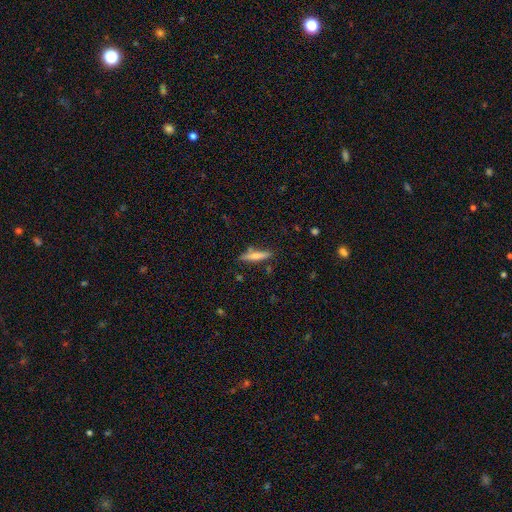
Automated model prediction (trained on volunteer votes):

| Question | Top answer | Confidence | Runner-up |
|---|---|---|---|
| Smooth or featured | smooth | 56% | featured or disk (37%) |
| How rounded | cigar-shaped | 84% | in between (14%) |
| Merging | none | 82% | minor disturbance (11%) |